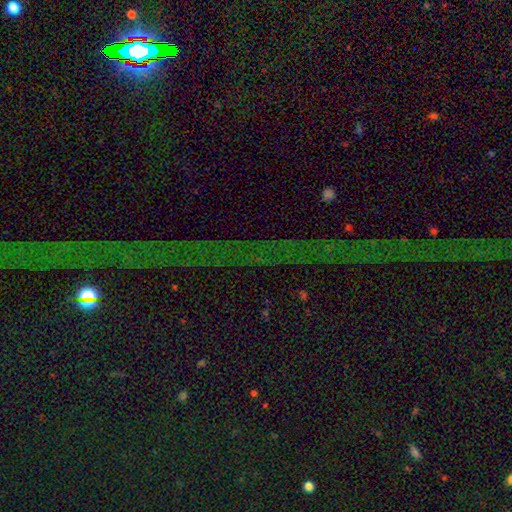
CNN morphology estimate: smooth_or_featured: star or artifact (p=0.81) [alt: featured or disk p=0.11]